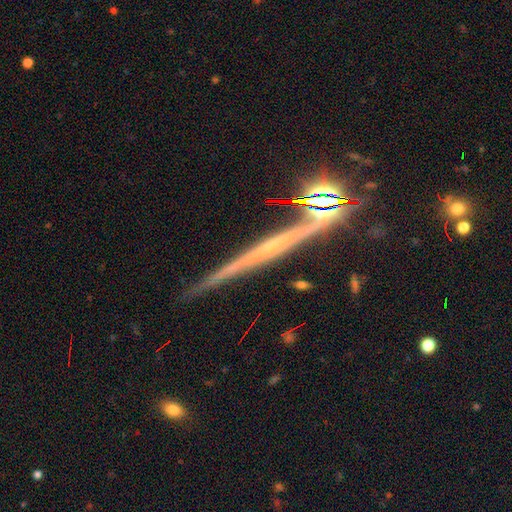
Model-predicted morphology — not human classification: Q: Smooth or featured?
A: featured or disk (65%); runner-up: smooth (22%)
Q: Edge-on disk?
A: yes (94%); runner-up: no (6%)
Q: Edge-on bulge?
A: none (60%); runner-up: rounded (25%)
Q: Merging?
A: none (76%); runner-up: minor disturbance (15%)